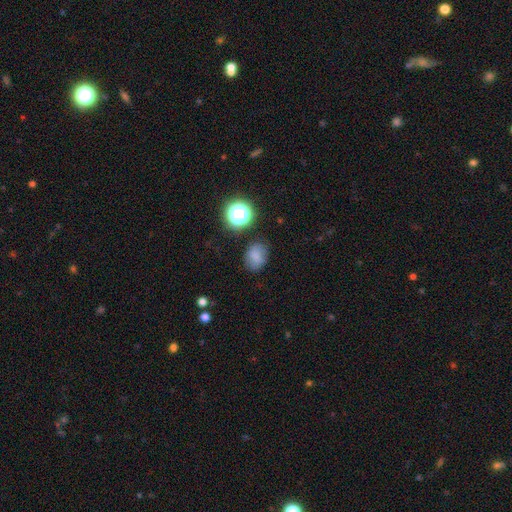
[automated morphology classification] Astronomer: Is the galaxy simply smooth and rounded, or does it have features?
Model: smooth — 77%.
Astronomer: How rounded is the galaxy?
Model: in between — 56% (runner-up: round, 43%).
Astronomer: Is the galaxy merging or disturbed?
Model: none — 75%.